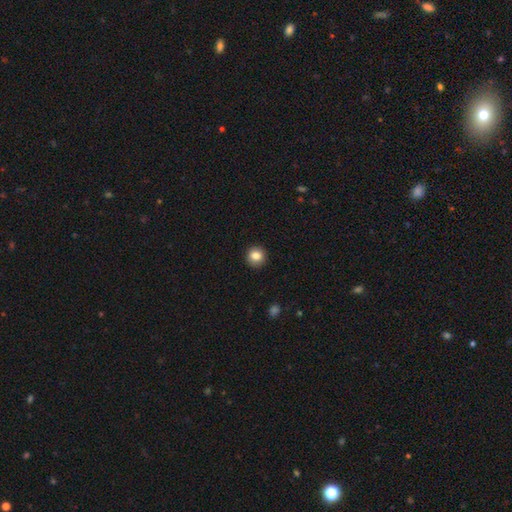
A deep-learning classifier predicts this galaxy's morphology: smooth 84%, star or artifact 10%, featured or disk 6%. Down the decision tree: how rounded — round (92%); merging — none (92%).